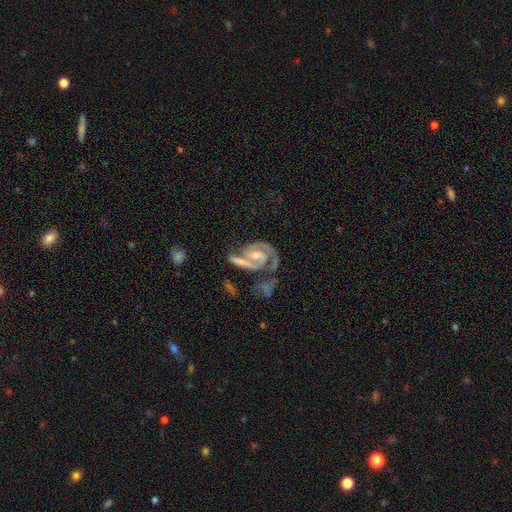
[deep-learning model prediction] Smooth or featured? Predicted: featured or disk (p=0.90). Edge-on disk? Predicted: no (p=0.97). Bar? Predicted: no (p=0.49). Spiral arms? Predicted: yes (p=0.97). Spiral winding? Predicted: tight (p=0.50). Spiral arm count? Predicted: 2 (p=0.81). Bulge size? Predicted: moderate (p=0.57). Merging? Predicted: none (p=0.43).